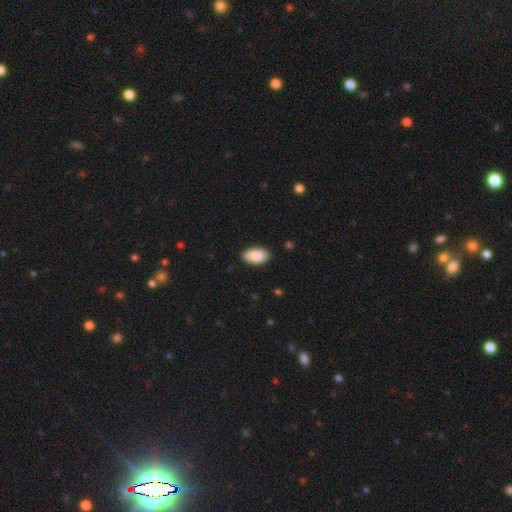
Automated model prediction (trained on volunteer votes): smooth_or_featured: smooth (p=0.88) [alt: star or artifact p=0.06]
how_rounded: in between (p=0.94) [alt: round p=0.03]
merging: none (p=0.86) [alt: minor disturbance p=0.11]